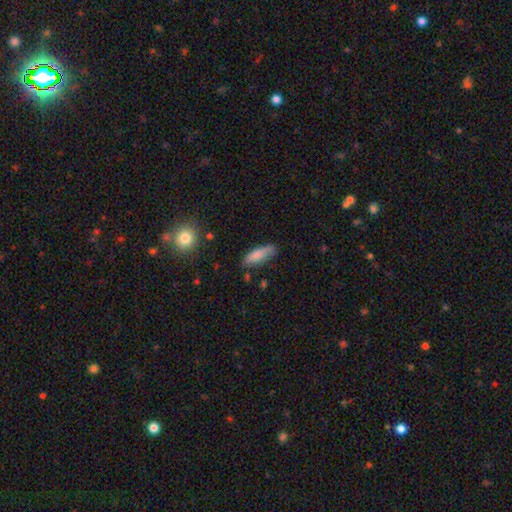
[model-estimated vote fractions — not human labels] Morphology: type=smooth (80%); roundness=cigar-shaped (49%, tied with in between); merging=none (76%).